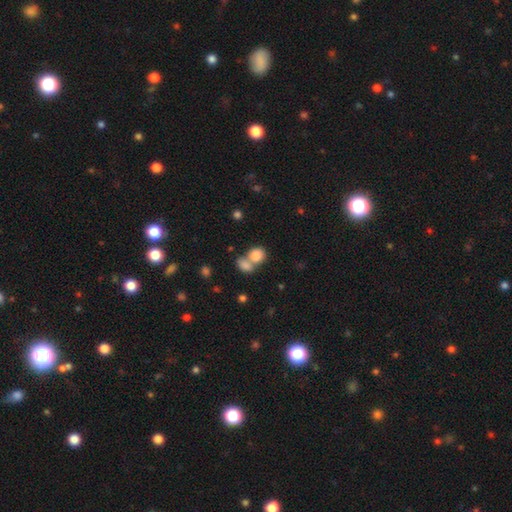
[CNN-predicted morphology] This is clearly a smooth galaxy (83%). How rounded: likely round (63%). Merging: possibly merger (57%).